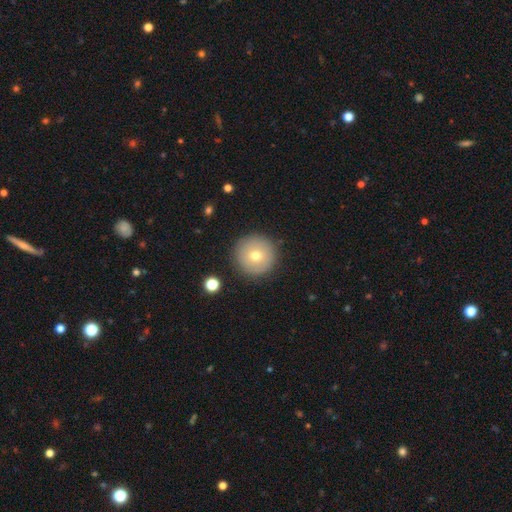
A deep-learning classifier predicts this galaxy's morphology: Smooth or featured?
  - smooth: 70% *
  - featured or disk: 20%
  - star or artifact: 10%
How rounded?
  - round: 96% *
  - in between: 3%
  - cigar-shaped: 1%
Merging?
  - none: 90% *
  - minor disturbance: 6%
  - major disturbance: 2%
  - merger: 1%